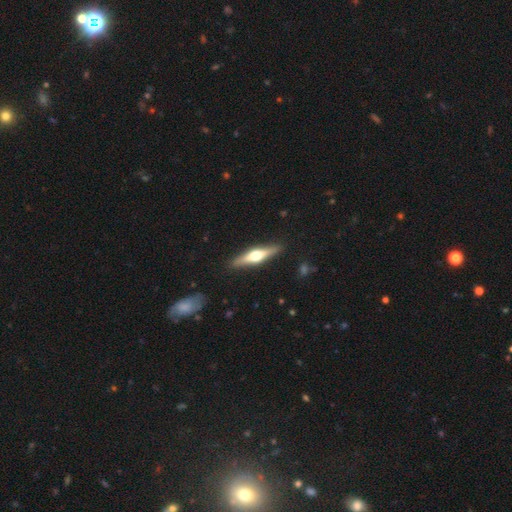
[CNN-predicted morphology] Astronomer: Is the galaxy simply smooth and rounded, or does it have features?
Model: featured or disk — 65%.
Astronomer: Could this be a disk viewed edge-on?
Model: yes — 96%.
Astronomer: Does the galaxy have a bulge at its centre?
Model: rounded — 93%.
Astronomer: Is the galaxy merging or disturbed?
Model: none — 89%.